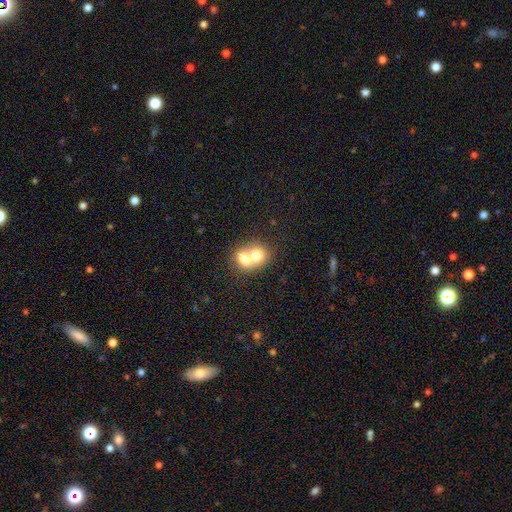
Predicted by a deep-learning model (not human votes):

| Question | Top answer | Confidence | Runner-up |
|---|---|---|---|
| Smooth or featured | smooth | 70% | featured or disk (22%) |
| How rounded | round | 60% | in between (39%) |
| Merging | merger | 75% | none (18%) |